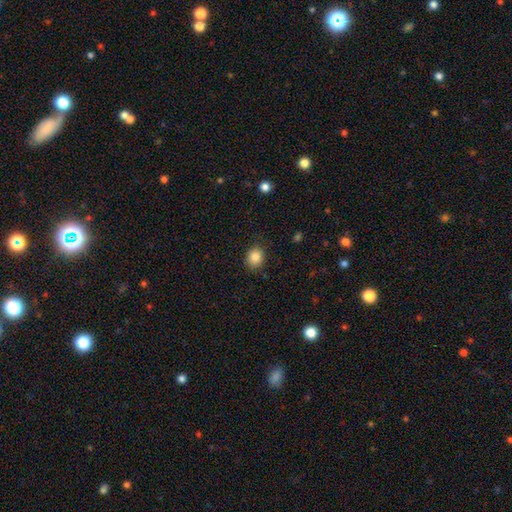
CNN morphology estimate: Smooth or featured? Predicted: smooth (p=0.86). How rounded? Predicted: round (p=0.70). Merging? Predicted: none (p=0.85).